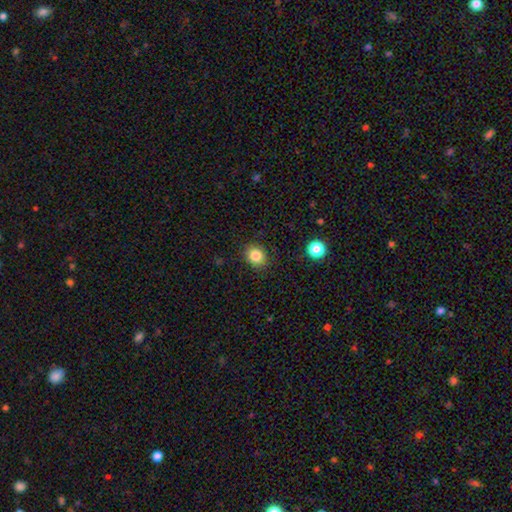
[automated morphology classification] Smooth or featured? Predicted: smooth (p=0.85). How rounded? Predicted: round (p=0.67). Merging? Predicted: none (p=0.88).